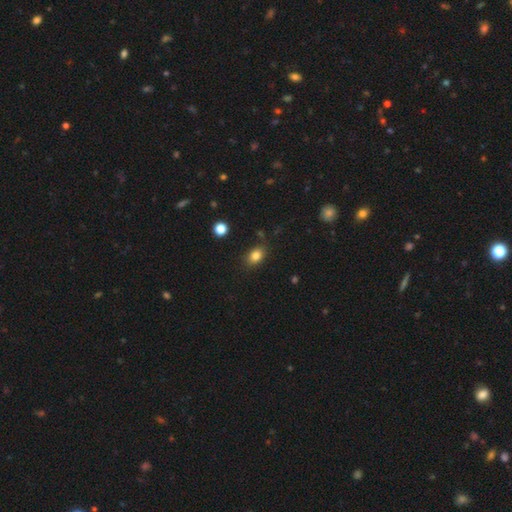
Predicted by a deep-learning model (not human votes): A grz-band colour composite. It shows a smooth galaxy with no disk features (83%) that is in between round and cigar-shaped (75%). Merging: none (82%).